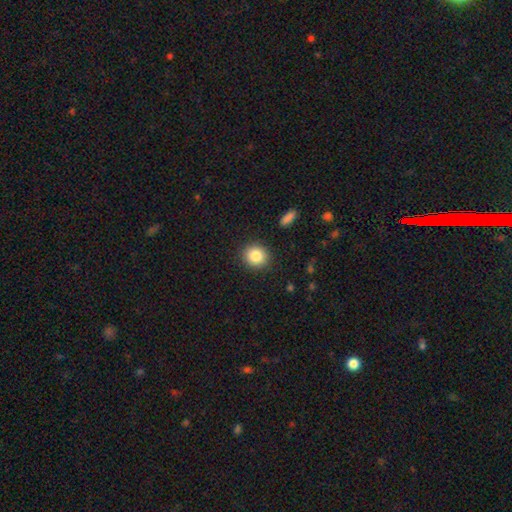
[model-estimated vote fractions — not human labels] Overall: smooth (84%). How rounded: round (85%). Merging: none (90%).